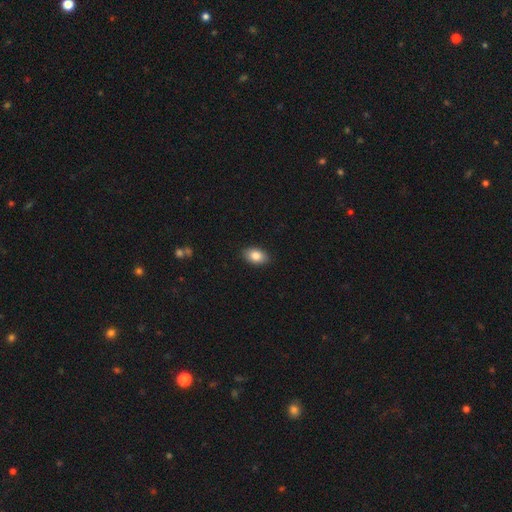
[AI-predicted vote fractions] Q: Smooth or featured?
A: smooth (85%); runner-up: featured or disk (8%)
Q: How rounded?
A: in between (90%); runner-up: round (9%)
Q: Merging?
A: none (89%); runner-up: minor disturbance (9%)